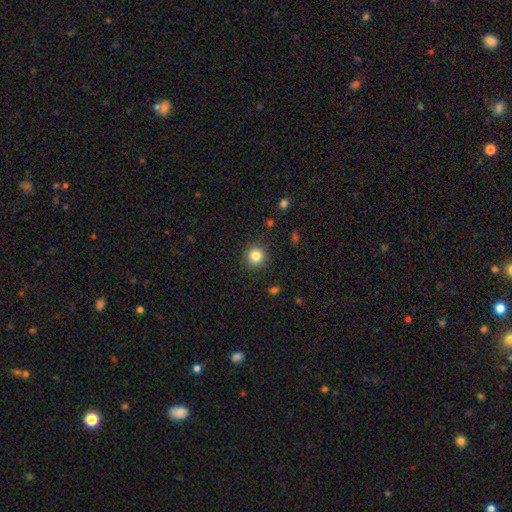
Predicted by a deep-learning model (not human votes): Overall: smooth (84%). How rounded: round (94%). Merging: none (91%).